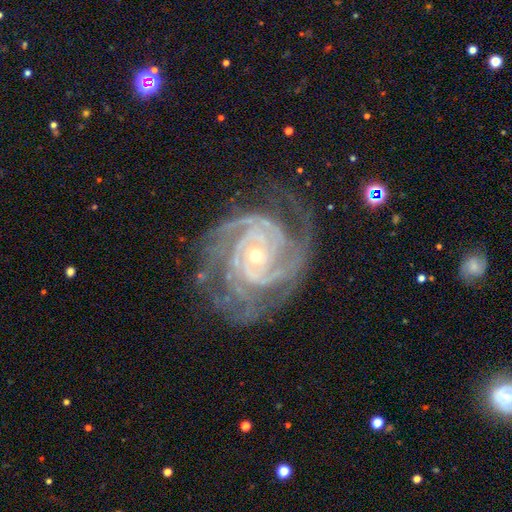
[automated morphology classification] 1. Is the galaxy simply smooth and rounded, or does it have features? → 92% featured or disk, 5% star or artifact, 3% smooth.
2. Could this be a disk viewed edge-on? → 98% no, 2% yes.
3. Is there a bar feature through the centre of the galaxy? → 69% no, 21% weak, 10% strong.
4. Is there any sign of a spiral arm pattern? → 98% yes, 2% no.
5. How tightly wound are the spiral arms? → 72% tight, 25% medium, 3% loose.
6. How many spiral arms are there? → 28% 3, 25% 2, 18% 4, 14% can't tell, 8% more than 4, 7% 1.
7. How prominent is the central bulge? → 72% small, 25% moderate, 1% large, 1% none, 1% dominant.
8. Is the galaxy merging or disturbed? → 71% none, 19% minor disturbance, 9% major disturbance, 1% merger.